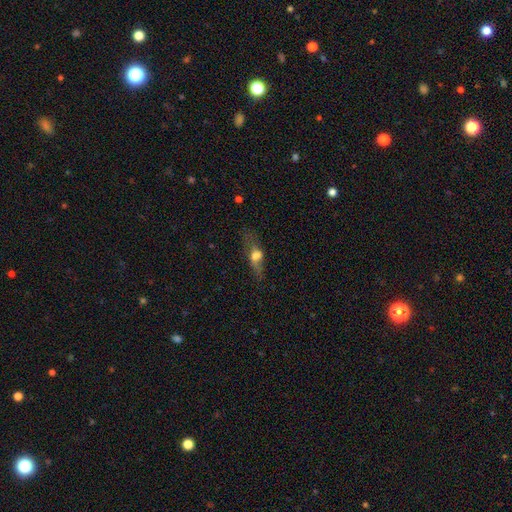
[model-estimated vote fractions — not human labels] Smooth or featured?
  - smooth: 46% *
  - featured or disk: 43%
  - star or artifact: 11%
Merging?
  - none: 50% *
  - minor disturbance: 23%
  - major disturbance: 21%
  - merger: 6%